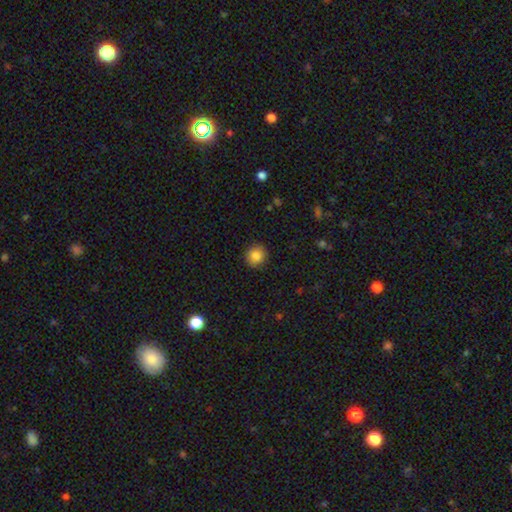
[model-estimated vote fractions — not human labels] Q: Smooth or featured?
A: smooth (85%); runner-up: star or artifact (10%)
Q: How rounded?
A: round (86%); runner-up: in between (13%)
Q: Merging?
A: none (90%); runner-up: minor disturbance (7%)